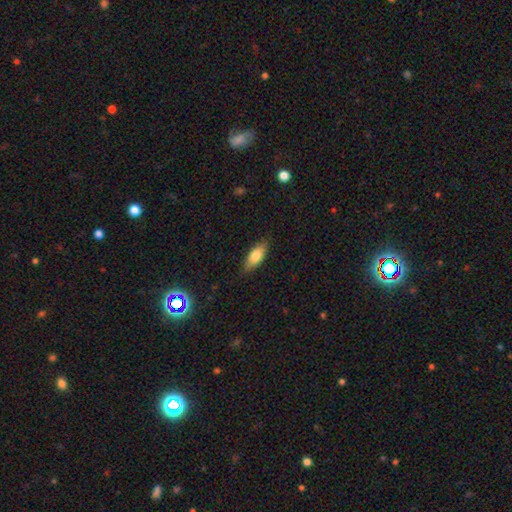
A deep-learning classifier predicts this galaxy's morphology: This appears to be a smooth galaxy with no disk features (75%) that is in between round and cigar-shaped (75%). Merging: none (84%).